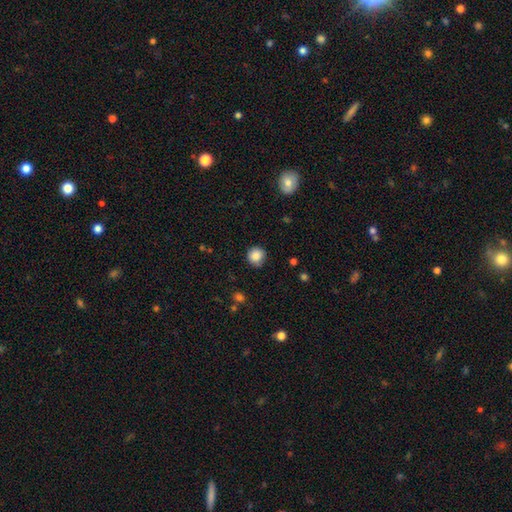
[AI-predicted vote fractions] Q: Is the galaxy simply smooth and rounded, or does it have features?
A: smooth — 86%.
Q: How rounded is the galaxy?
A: round — 91%.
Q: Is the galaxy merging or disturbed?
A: none — 82%.